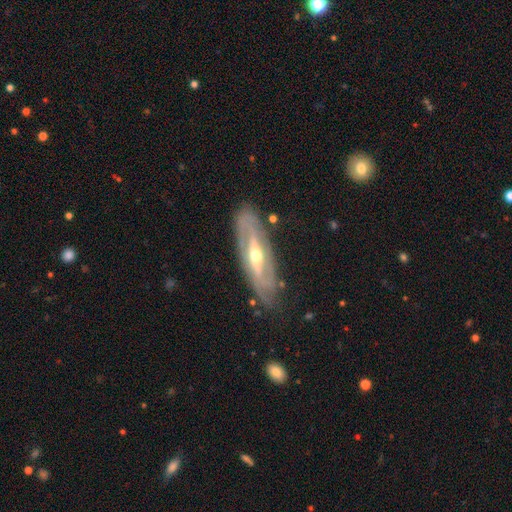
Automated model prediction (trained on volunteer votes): Smooth or featured? featured or disk (81%)
Edge-on disk? no (77%)
Bar? no (37%)
Spiral arms? yes (69%)
Bulge size? moderate (63%)
Merging? none (79%)